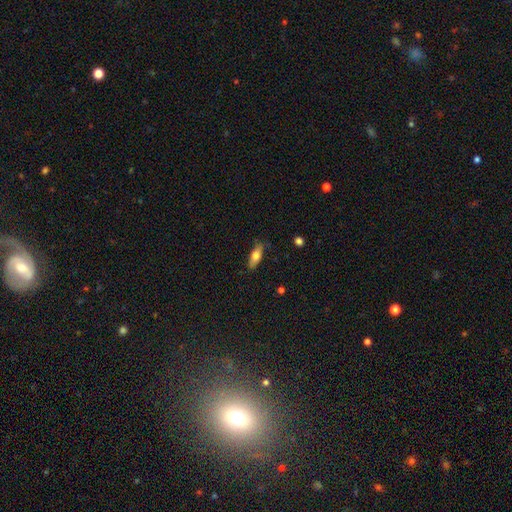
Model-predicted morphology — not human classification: A smooth galaxy with no disk features (65%) that is in between round and cigar-shaped (60%).

Vote fractions:
- Smooth or featured? smooth: 65% / featured or disk: 28% / star or artifact: 7%
- How rounded? in between: 60% / cigar-shaped: 38% / round: 3%
- Merging? none: 81% / minor disturbance: 15% / major disturbance: 3% / merger: 1%